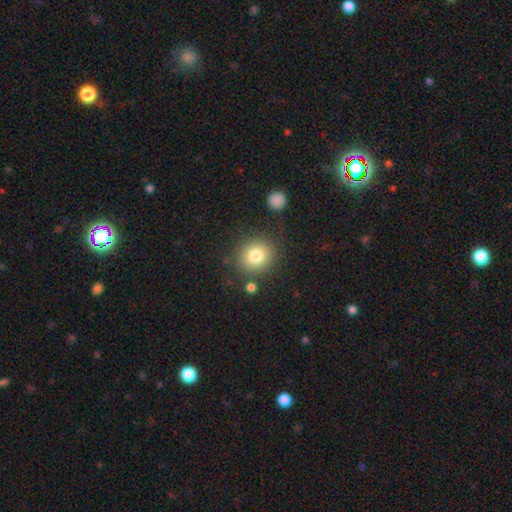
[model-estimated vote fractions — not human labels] smooth-or-featured: smooth: 81% | star or artifact: 10% | featured or disk: 9%
  how-rounded: round: 84% | in between: 15% | cigar-shaped: 1%
  merging: none: 81% | minor disturbance: 10% | merger: 5% | major disturbance: 4%